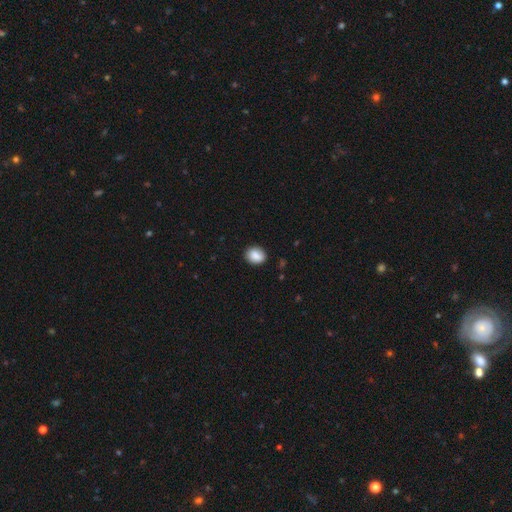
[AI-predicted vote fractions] smooth-or-featured: smooth: 86% | star or artifact: 8% | featured or disk: 7%
  how-rounded: round: 51% | in between: 48% | cigar-shaped: 1%
  merging: none: 84% | minor disturbance: 12% | major disturbance: 3% | merger: 1%